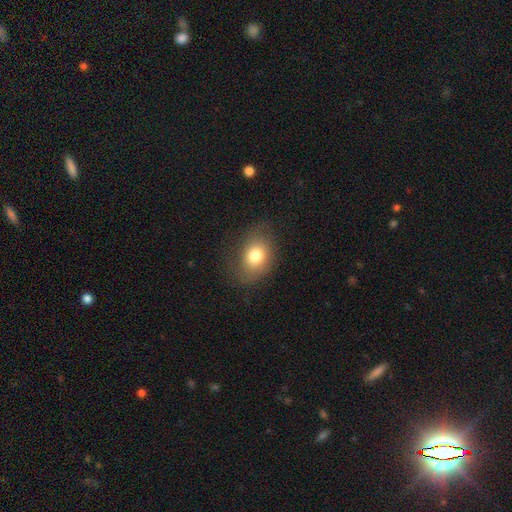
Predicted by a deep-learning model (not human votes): Smooth or featured? Predicted: smooth (p=0.76). How rounded? Predicted: in between (p=0.68). Merging? Predicted: none (p=0.74).